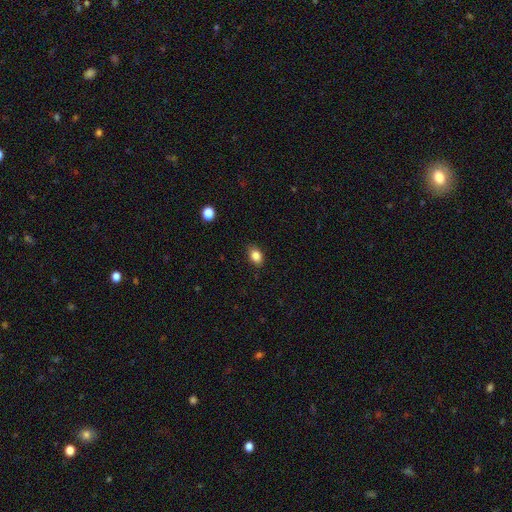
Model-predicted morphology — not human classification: Smooth or featured? Predicted: smooth (p=0.85). How rounded? Predicted: in between (p=0.76). Merging? Predicted: none (p=0.86).